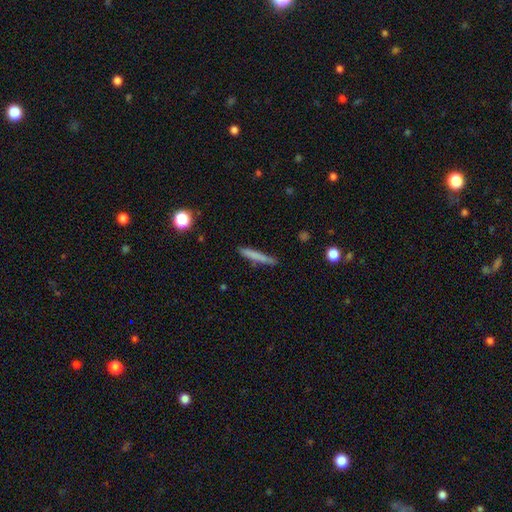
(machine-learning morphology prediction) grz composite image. It shows a smooth galaxy with no disk features (73%) that is cigar-shaped (95%). Merging: none (84%).